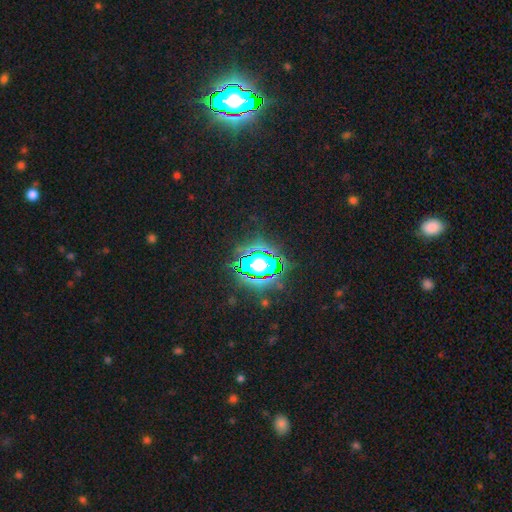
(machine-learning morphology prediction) A star or artifact, not a galaxy (80%).